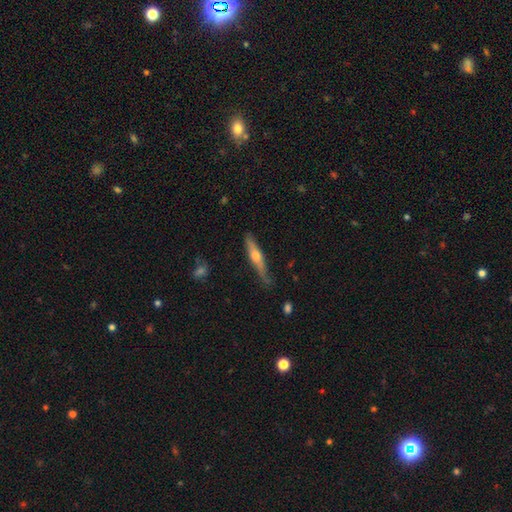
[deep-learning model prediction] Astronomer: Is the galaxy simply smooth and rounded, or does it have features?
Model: featured or disk — 62%.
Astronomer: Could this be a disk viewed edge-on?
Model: yes — 95%.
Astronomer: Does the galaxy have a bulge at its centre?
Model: rounded — 91%.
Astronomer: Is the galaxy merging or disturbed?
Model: none — 78%.